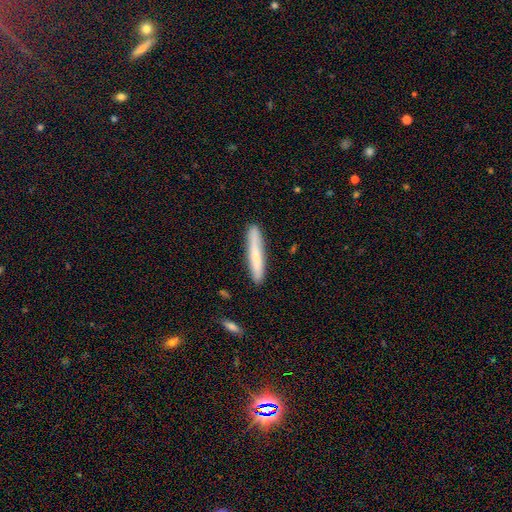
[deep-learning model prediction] Smooth or featured: smooth — 68% (featured or disk — 26%)
How rounded: cigar-shaped — 95% (in between — 4%)
Merging: none — 88% (minor disturbance — 9%)